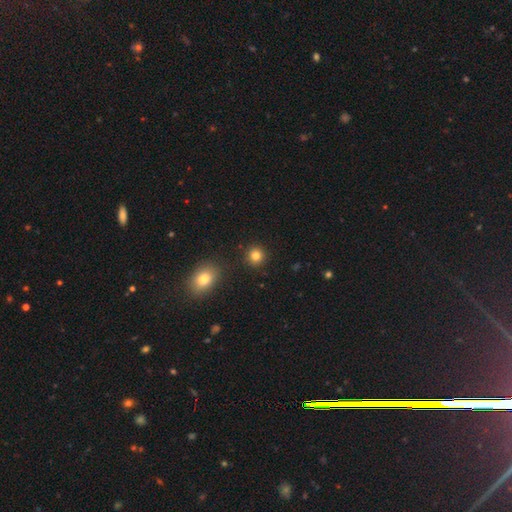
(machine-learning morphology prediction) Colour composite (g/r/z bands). It shows a smooth galaxy with no disk features (84%) that is round (91%). Merging: none (90%).